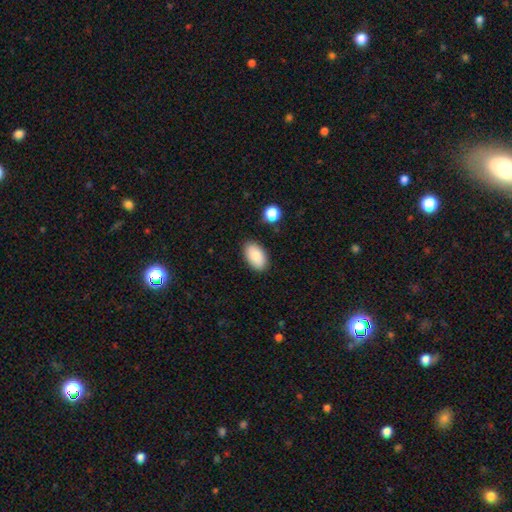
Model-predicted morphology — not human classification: smooth_or_featured: smooth (p=0.84) [alt: featured or disk p=0.09]
how_rounded: in between (p=0.94) [alt: round p=0.05]
merging: none (p=0.85) [alt: minor disturbance p=0.10]